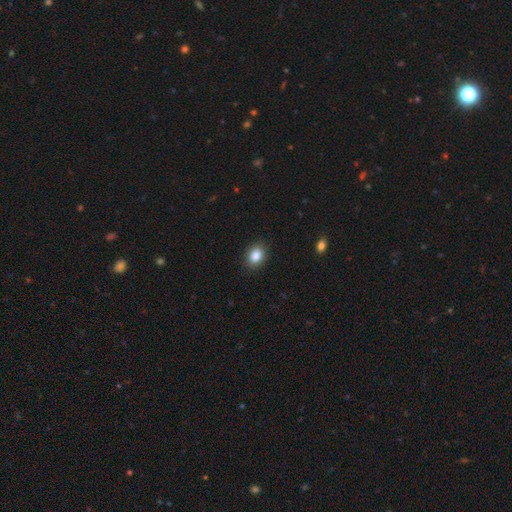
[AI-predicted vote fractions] smooth 86%, star or artifact 9%, featured or disk 5%. Down the decision tree: how rounded — in between (63%); merging — none (88%).